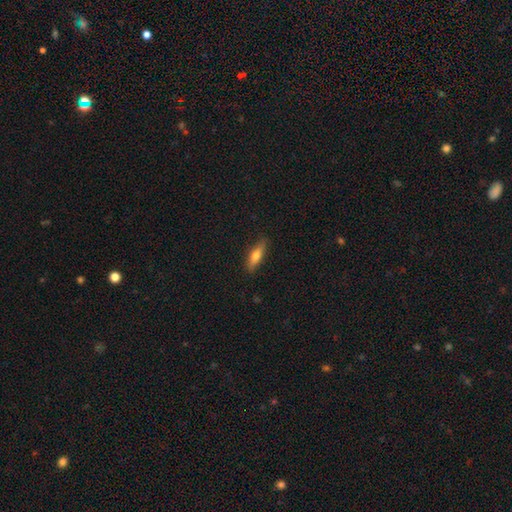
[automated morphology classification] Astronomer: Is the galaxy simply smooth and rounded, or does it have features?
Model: smooth — 66%.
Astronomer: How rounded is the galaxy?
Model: cigar-shaped — 59% (runner-up: in between, 38%).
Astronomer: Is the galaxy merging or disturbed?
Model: none — 85%.